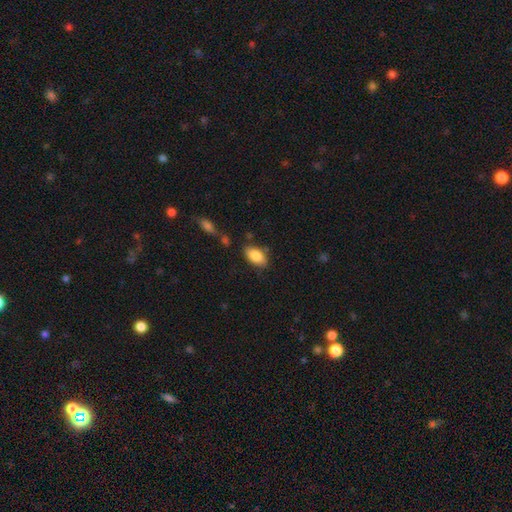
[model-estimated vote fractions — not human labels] smooth-or-featured: smooth: 85% | featured or disk: 8% | star or artifact: 7%
  how-rounded: in between: 92% | round: 5% | cigar-shaped: 3%
  merging: none: 77% | minor disturbance: 15% | merger: 5% | major disturbance: 4%